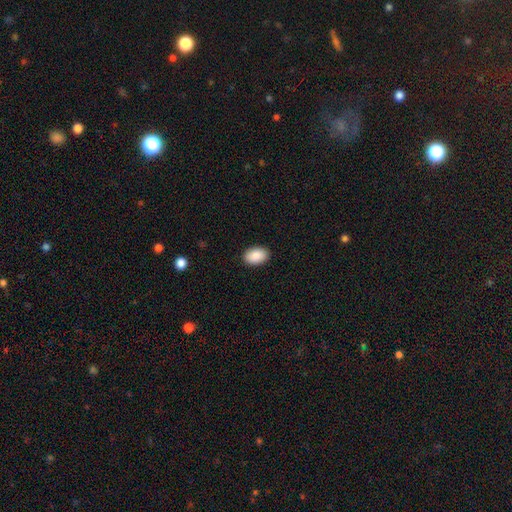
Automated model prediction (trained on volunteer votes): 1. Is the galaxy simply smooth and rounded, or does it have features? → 91% smooth, 6% star or artifact, 3% featured or disk.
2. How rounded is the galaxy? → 91% in between, 8% round, 1% cigar-shaped.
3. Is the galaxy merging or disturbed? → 90% none, 7% minor disturbance, 2% major disturbance, 1% merger.